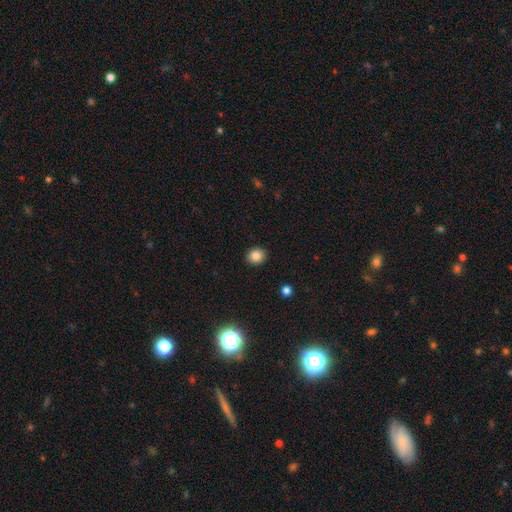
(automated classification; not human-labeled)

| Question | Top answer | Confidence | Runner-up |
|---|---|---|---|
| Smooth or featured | smooth | 84% | star or artifact (11%) |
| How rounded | round | 76% | in between (23%) |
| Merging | none | 91% | minor disturbance (6%) |